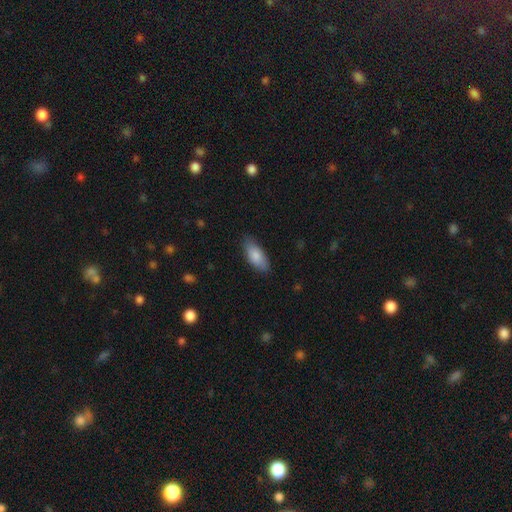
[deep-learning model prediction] Smooth or featured? Predicted: smooth (p=0.84). How rounded? Predicted: in between (p=0.85). Merging? Predicted: none (p=0.80).